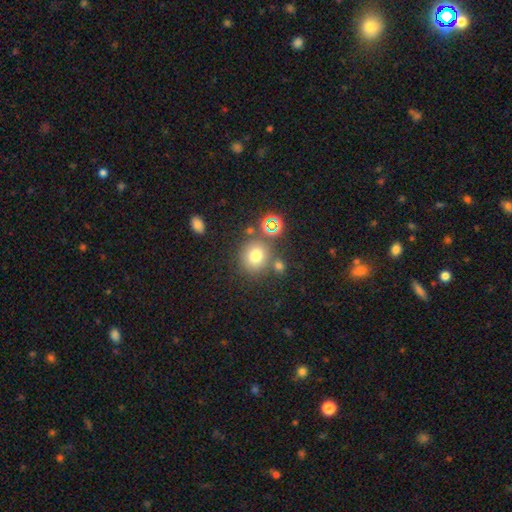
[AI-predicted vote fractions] smooth_or_featured: smooth (p=0.72) [alt: star or artifact p=0.19]
how_rounded: round (p=0.87) [alt: in between p=0.12]
merging: none (p=0.72) [alt: merger p=0.13]